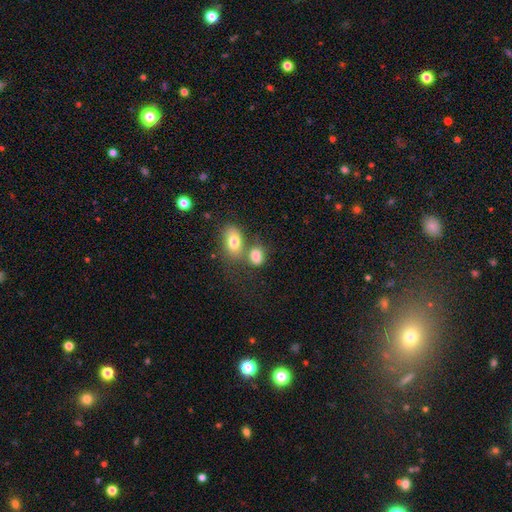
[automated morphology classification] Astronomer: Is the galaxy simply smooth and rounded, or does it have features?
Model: smooth — 80%.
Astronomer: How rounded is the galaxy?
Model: in between — 74%.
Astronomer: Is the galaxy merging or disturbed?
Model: merger — 45% (runner-up: none, 36%).